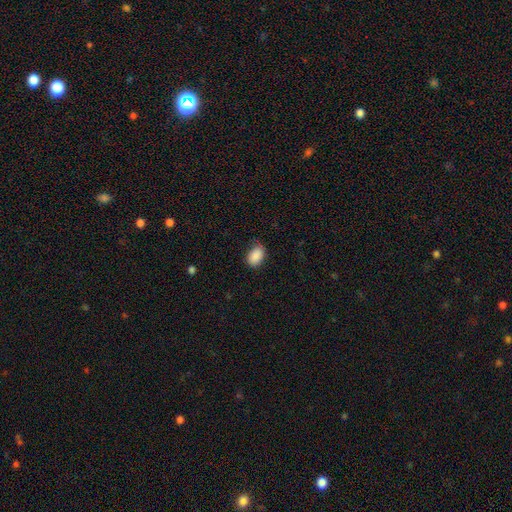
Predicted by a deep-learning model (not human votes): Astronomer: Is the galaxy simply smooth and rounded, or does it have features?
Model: smooth — 89%.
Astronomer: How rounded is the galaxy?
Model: in between — 87%.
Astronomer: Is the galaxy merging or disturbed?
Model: none — 77%.